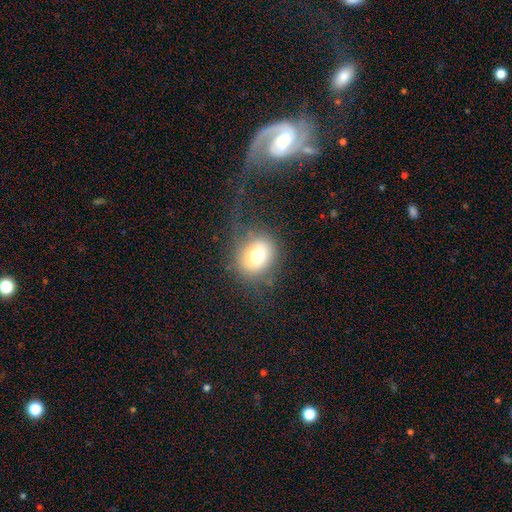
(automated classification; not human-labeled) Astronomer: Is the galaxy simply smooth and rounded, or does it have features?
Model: smooth — 69%.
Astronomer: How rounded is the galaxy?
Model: round — 75%.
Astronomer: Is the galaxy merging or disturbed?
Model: none — 66%.